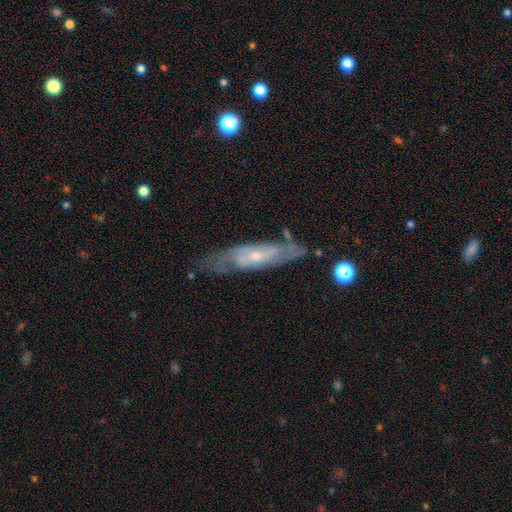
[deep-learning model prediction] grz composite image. It shows a featured or disk galaxy (76%) with no bar (55%), spiral arms (86%) and a small central bulge (67%). Merging: none (70%).